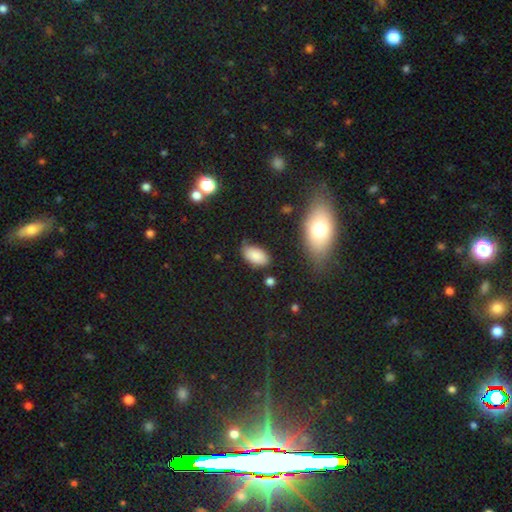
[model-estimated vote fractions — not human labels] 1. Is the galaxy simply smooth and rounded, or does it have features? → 85% smooth, 8% star or artifact, 7% featured or disk.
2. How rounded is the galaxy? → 94% in between, 4% round, 2% cigar-shaped.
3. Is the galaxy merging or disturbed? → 70% none, 22% minor disturbance, 4% major disturbance, 3% merger.